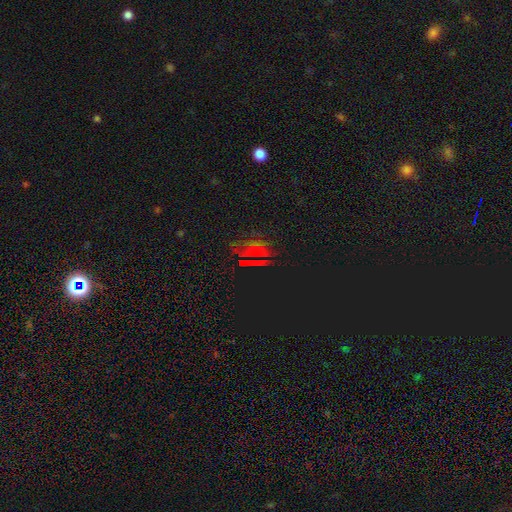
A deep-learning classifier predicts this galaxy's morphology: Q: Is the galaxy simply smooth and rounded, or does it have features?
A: star or artifact — 62%.